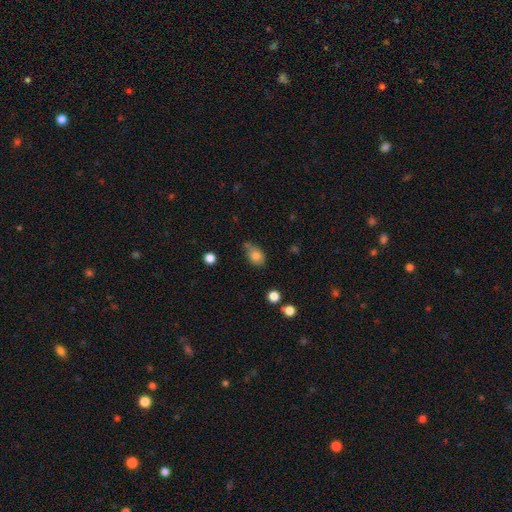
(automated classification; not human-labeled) This appears to be a smooth galaxy with no disk features (79%) that is in between round and cigar-shaped (70%). Merging: none (49%).